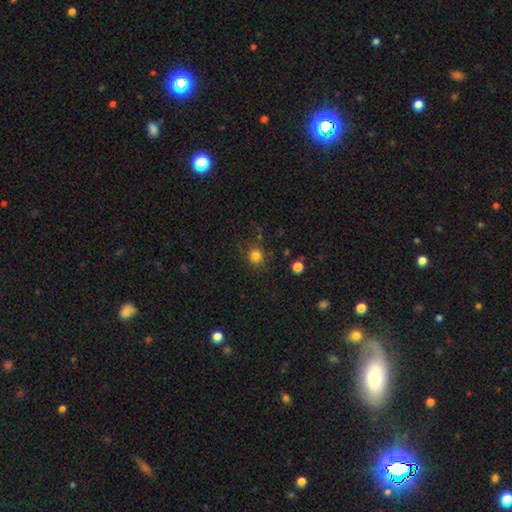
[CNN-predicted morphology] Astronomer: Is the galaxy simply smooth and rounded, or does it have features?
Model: smooth — 81%.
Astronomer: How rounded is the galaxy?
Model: round — 89%.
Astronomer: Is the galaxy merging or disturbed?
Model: none — 82%.